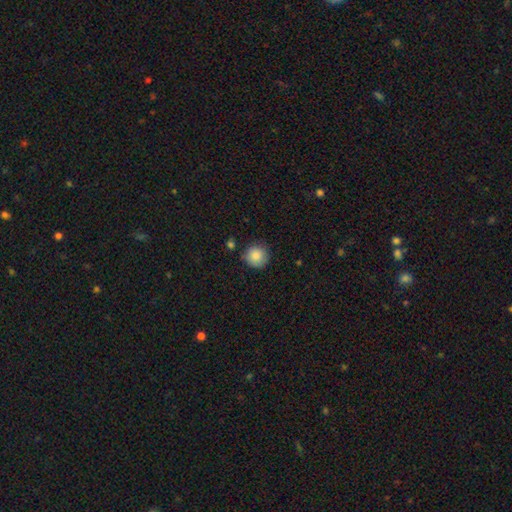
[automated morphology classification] A smooth galaxy with no disk features (85%) that is round (94%). Merging: none (82%).